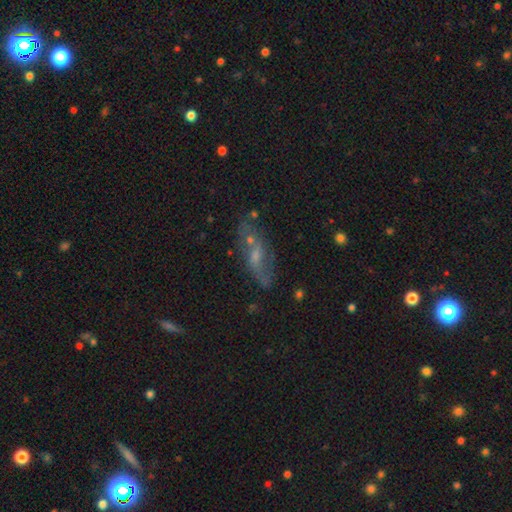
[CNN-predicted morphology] The model was most divided on "smooth or featured": featured or disk: 50%, smooth: 25%, star or artifact: 24%. More confident: edge-on disk — no (70%); merging — none (70%).